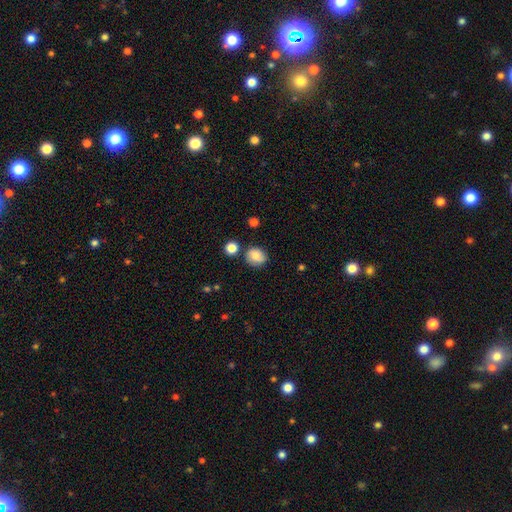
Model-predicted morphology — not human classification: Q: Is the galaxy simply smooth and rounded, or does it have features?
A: smooth — 77%.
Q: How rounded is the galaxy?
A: round — 71%.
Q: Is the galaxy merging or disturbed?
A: none — 70%.